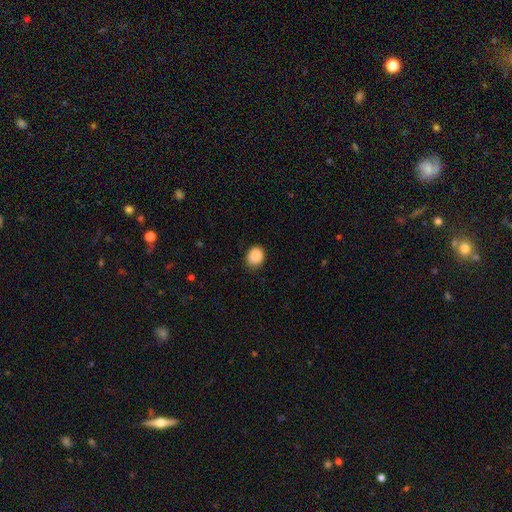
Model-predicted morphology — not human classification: smooth 89%, star or artifact 8%, featured or disk 3%. Down the decision tree: how rounded — round (61%); merging — none (82%).